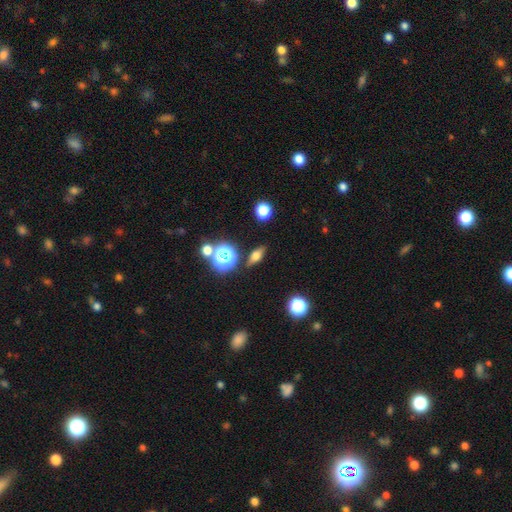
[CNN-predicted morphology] smooth 55%, featured or disk 28%, star or artifact 16%. Down the decision tree: how rounded — in between (56%); merging — none (84%).